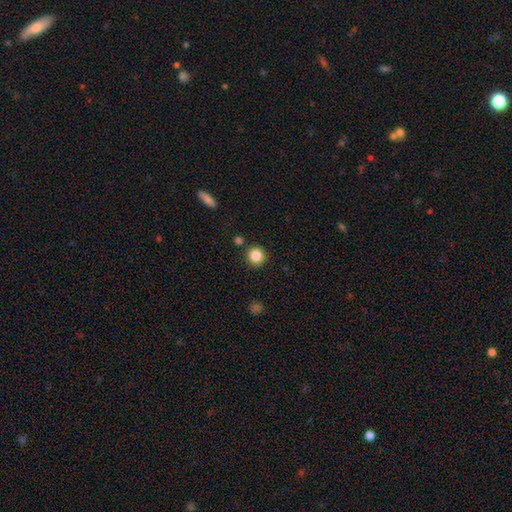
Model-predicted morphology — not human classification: A smooth galaxy with no disk features (85%) that is round (93%).

Vote fractions:
- Smooth or featured? smooth: 85% / star or artifact: 10% / featured or disk: 5%
- How rounded? round: 93% / in between: 6% / cigar-shaped: 1%
- Merging? none: 88% / minor disturbance: 6% / merger: 4% / major disturbance: 2%